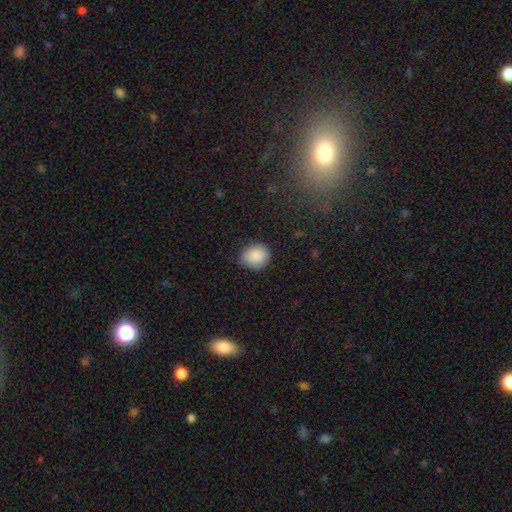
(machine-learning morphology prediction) This appears to be a smooth galaxy with no disk features (88%) that is round (71%). Merging: none (80%).